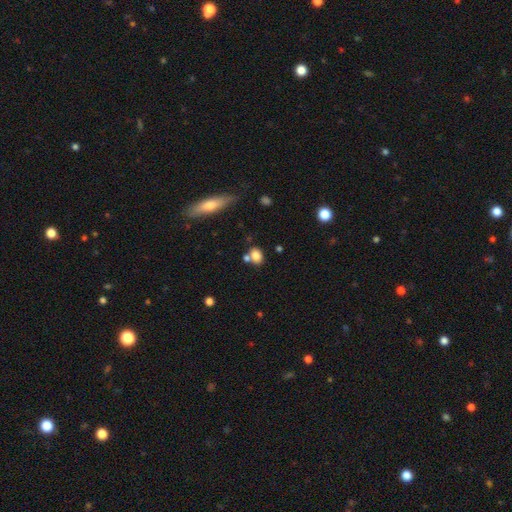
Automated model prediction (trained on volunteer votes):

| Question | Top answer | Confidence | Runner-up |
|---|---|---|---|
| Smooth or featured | smooth | 80% | star or artifact (10%) |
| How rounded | in between | 68% | round (29%) |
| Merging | none | 61% | merger (21%) |